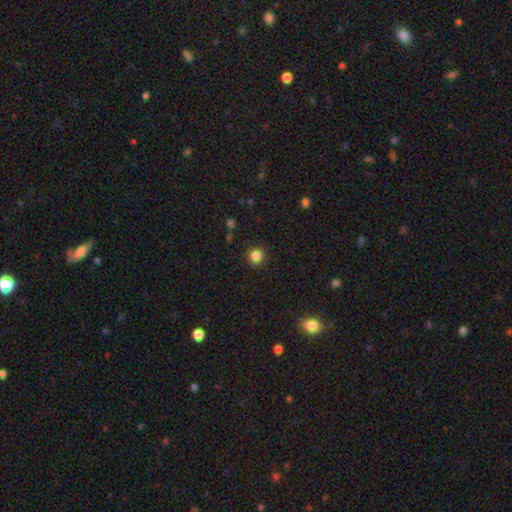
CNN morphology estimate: Smooth or featured?
  - smooth: 84% *
  - star or artifact: 12%
  - featured or disk: 4%
How rounded?
  - round: 94% *
  - in between: 6%
  - cigar-shaped: 1%
Merging?
  - none: 91% *
  - minor disturbance: 5%
  - major disturbance: 2%
  - merger: 1%